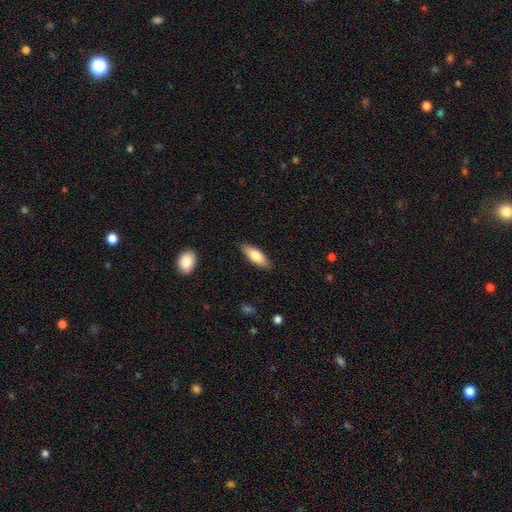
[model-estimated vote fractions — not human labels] Q: Smooth or featured?
A: smooth (78%); runner-up: featured or disk (16%)
Q: How rounded?
A: in between (65%); runner-up: cigar-shaped (33%)
Q: Merging?
A: none (85%); runner-up: minor disturbance (12%)